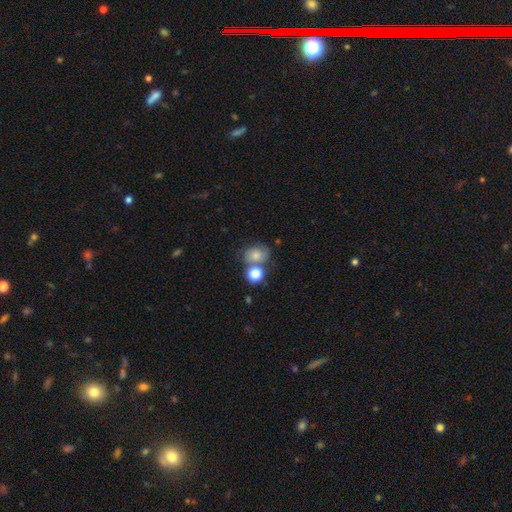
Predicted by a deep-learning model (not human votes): This is likely a smooth galaxy (63%). How rounded: possibly round (57%). Merging: possibly none (48%).